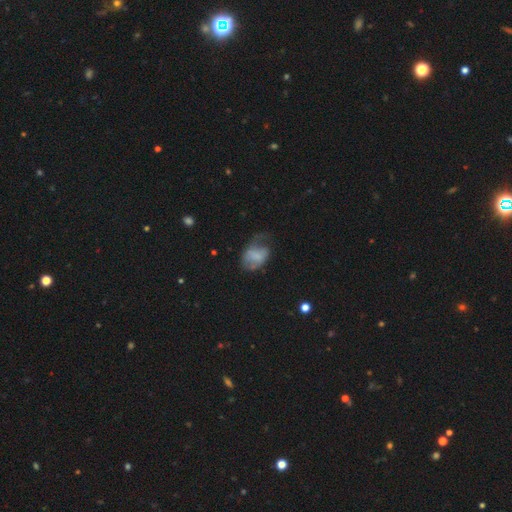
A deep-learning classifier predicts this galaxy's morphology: This is likely a smooth galaxy (62%). How rounded: likely in between (77%). Merging: marginally major disturbance (36%).